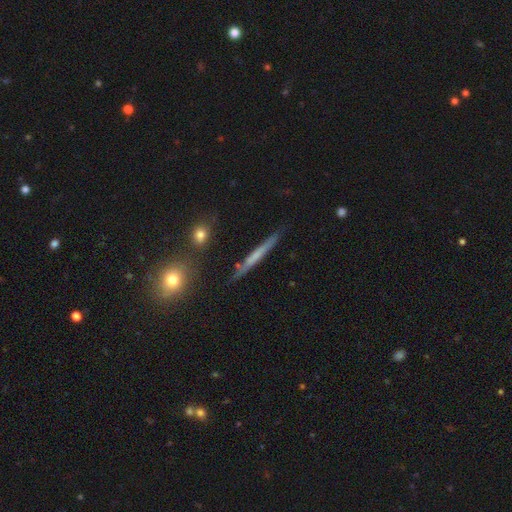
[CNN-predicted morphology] A featured or disk galaxy (49%). Merging: none (83%).